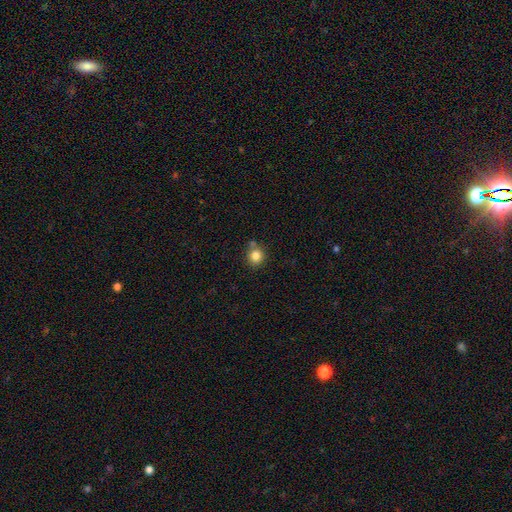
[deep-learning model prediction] Smooth or featured? smooth (83%)
How rounded? round (89%)
Merging? none (72%)